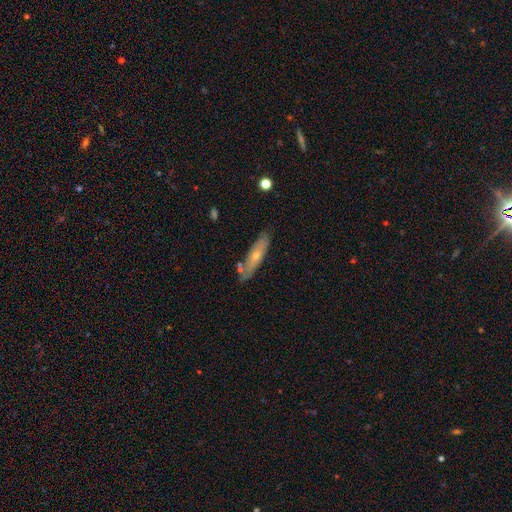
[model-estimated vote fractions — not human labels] This appears to be a featured or disk galaxy (54%) viewed edge-on (54%). Merging: none (78%).